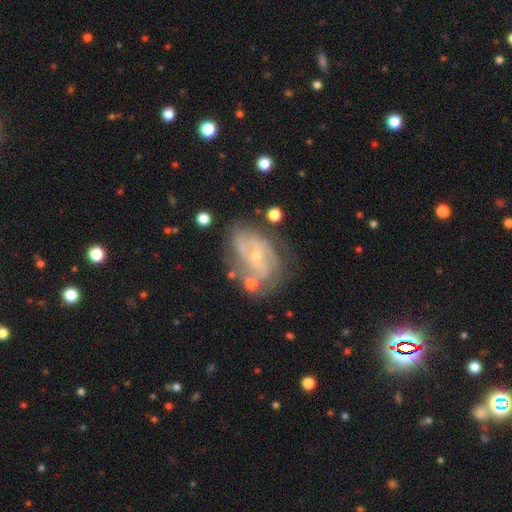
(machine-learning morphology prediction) Smooth or featured?
  - featured or disk: 82% *
  - smooth: 10%
  - star or artifact: 7%
Edge-on disk?
  - no: 96% *
  - yes: 4%
Bar?
  - no: 61% *
  - weak: 29%
  - strong: 10%
Spiral arms?
  - yes: 90% *
  - no: 10%
Spiral winding?
  - tight: 51% *
  - medium: 37%
  - loose: 13%
Spiral arm count?
  - 2: 35% *
  - can't tell: 31%
  - 3: 18%
  - 4: 7%
  - 1: 4%
  - more than 4: 4%
Bulge size?
  - small: 73% *
  - moderate: 24%
  - none: 1%
  - large: 1%
  - dominant: 1%
Merging?
  - none: 61% *
  - minor disturbance: 22%
  - major disturbance: 11%
  - merger: 6%